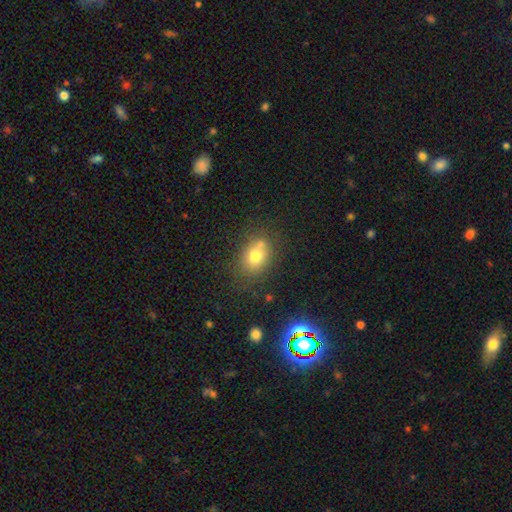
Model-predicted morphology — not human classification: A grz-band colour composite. It shows a smooth galaxy with no disk features (74%) that is in between round and cigar-shaped (58%). Merging: none (62%).